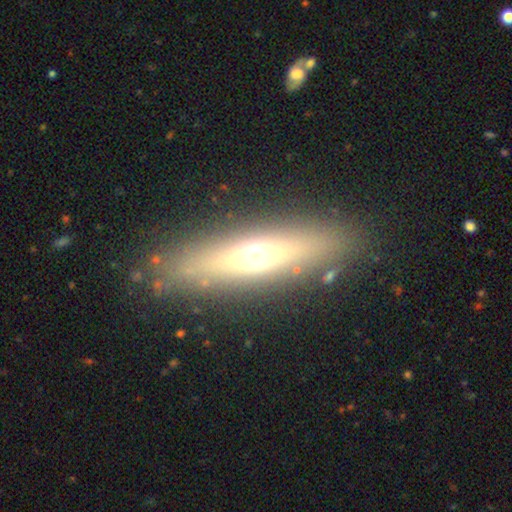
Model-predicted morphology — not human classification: smooth_or_featured: featured or disk (p=0.49) [alt: smooth p=0.43]
merging: none (p=0.86) [alt: minor disturbance p=0.09]